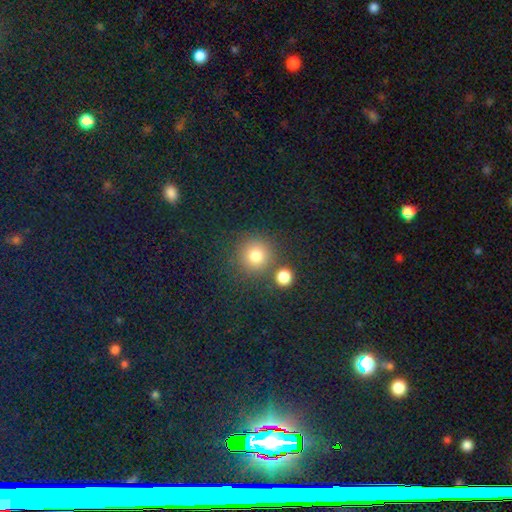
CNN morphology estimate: Smooth or featured? Predicted: smooth (p=0.79). How rounded? Predicted: round (p=0.93). Merging? Predicted: none (p=0.78).